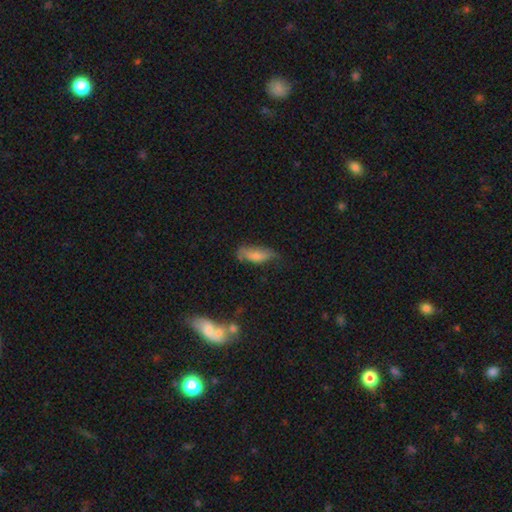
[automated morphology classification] Smooth or featured: smooth — 64% (featured or disk — 27%)
How rounded: in between — 64% (cigar-shaped — 33%)
Merging: none — 55% (minor disturbance — 31%)